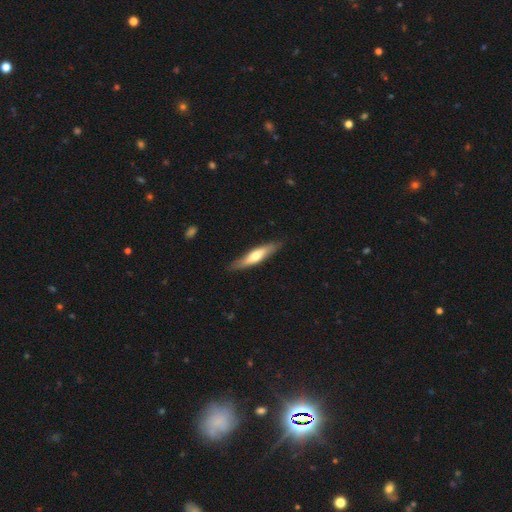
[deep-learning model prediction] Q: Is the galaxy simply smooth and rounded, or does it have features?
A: smooth — 52%.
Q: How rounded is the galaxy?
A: cigar-shaped — 79%.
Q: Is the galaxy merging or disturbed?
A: none — 85%.